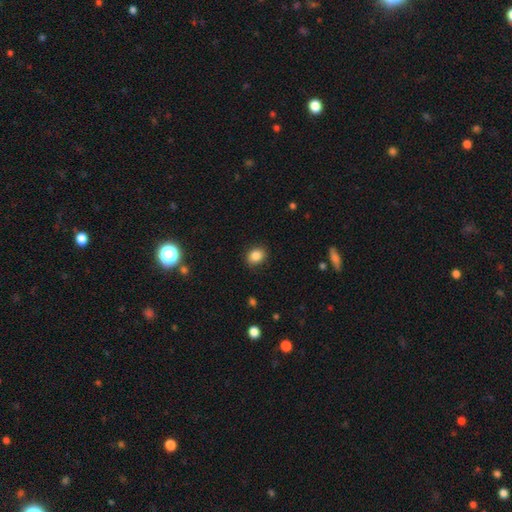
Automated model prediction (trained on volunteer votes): smooth 86%, star or artifact 9%, featured or disk 5%. Down the decision tree: how rounded — in between (50%); merging — none (88%).